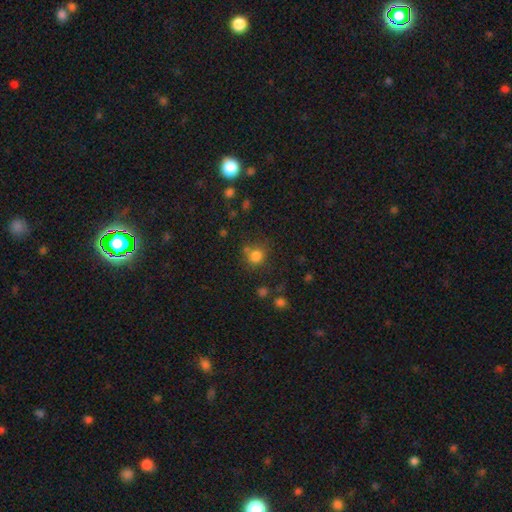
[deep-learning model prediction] This is likely a smooth galaxy (79%). How rounded: clearly round (82%). Merging: likely none (68%).